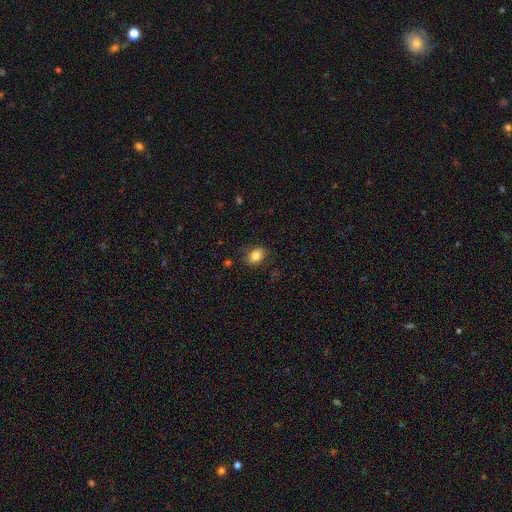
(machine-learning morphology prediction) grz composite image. It shows a smooth galaxy with no disk features (82%) that is in between round and cigar-shaped (67%). Merging: none (79%).